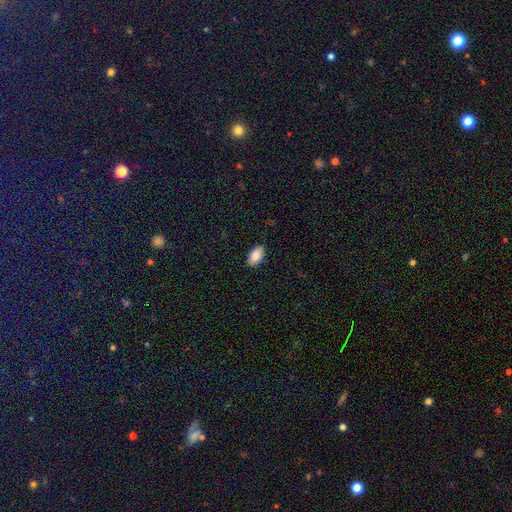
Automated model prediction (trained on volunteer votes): smooth 88%, star or artifact 7%, featured or disk 5%. Down the decision tree: how rounded — in between (95%); merging — none (88%).